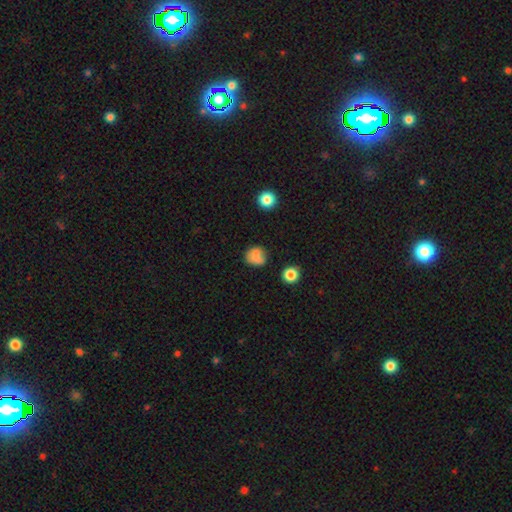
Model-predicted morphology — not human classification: This appears to be a smooth galaxy with no disk features (77%) that is round (76%). Merging: none (60%).